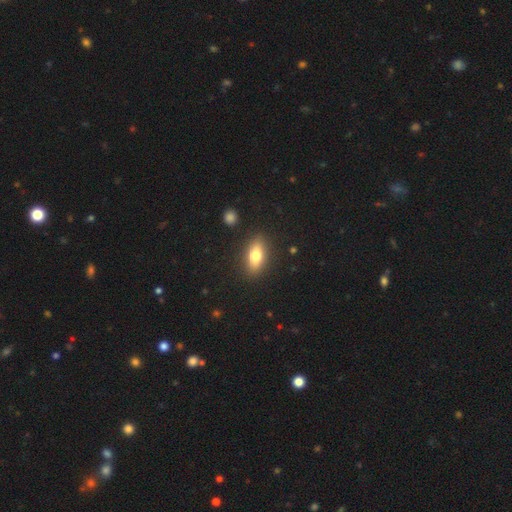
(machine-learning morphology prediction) A smooth galaxy with no disk features (71%) that is in between round and cigar-shaped (80%).

Vote fractions:
- Smooth or featured? smooth: 71% / featured or disk: 21% / star or artifact: 8%
- How rounded? in between: 80% / cigar-shaped: 14% / round: 5%
- Merging? none: 87% / minor disturbance: 9% / major disturbance: 3% / merger: 2%